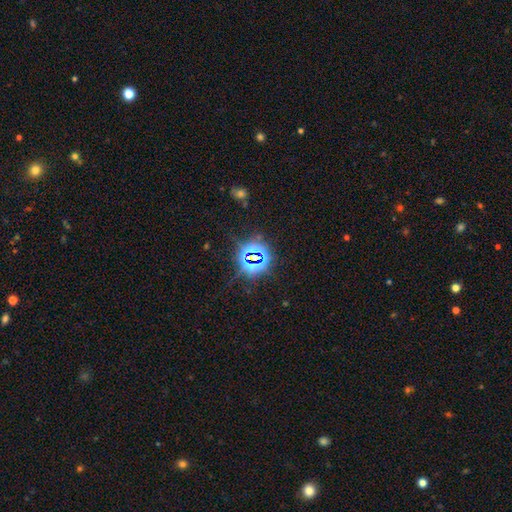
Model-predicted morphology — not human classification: A star or artifact, not a galaxy (81%).